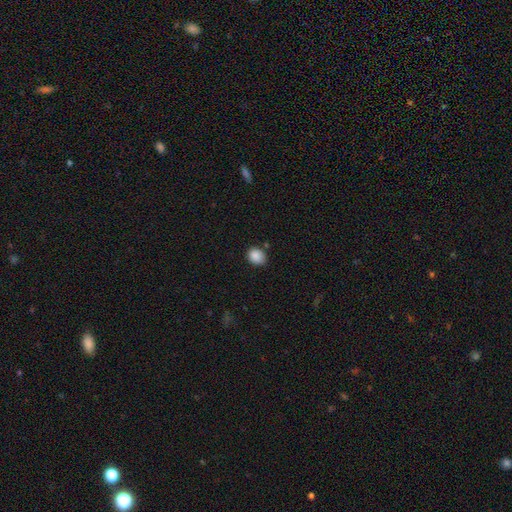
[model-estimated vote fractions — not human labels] This is clearly a smooth galaxy (87%). How rounded: possibly round (53%). Merging: likely none (72%).